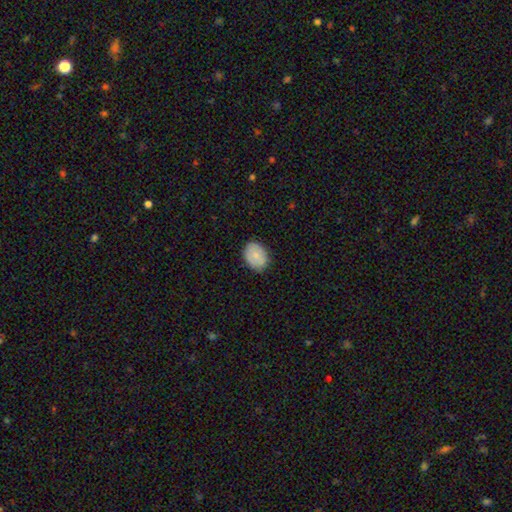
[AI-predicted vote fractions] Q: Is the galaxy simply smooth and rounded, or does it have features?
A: smooth — 75%.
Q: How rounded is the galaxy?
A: in between — 69%.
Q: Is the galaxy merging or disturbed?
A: none — 79%.